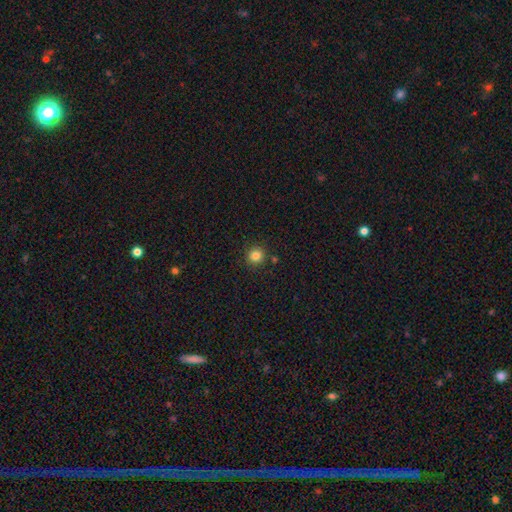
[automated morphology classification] Smooth or featured: smooth — 83% (star or artifact — 12%)
How rounded: round — 93% (in between — 6%)
Merging: none — 88% (minor disturbance — 6%)